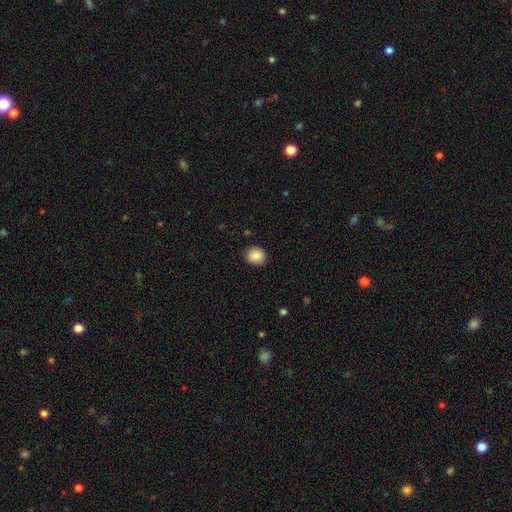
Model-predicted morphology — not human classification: This is clearly a smooth galaxy (88%). How rounded: clearly round (81%). Merging: clearly none (90%).